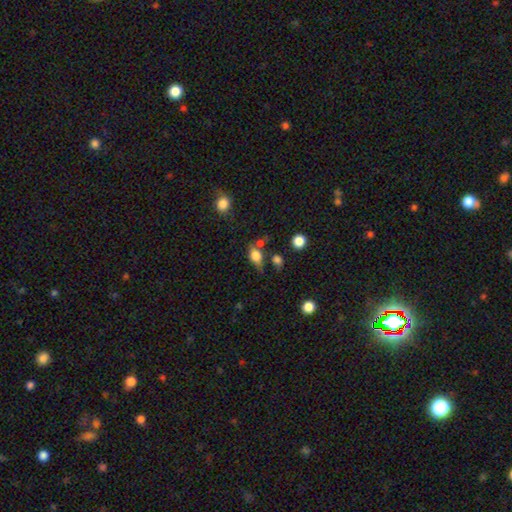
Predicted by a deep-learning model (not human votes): smooth-or-featured: smooth: 74% | featured or disk: 15% | star or artifact: 11%
  how-rounded: in between: 65% | round: 31% | cigar-shaped: 5%
  merging: none: 45% | minor disturbance: 26% | merger: 16% | major disturbance: 13%